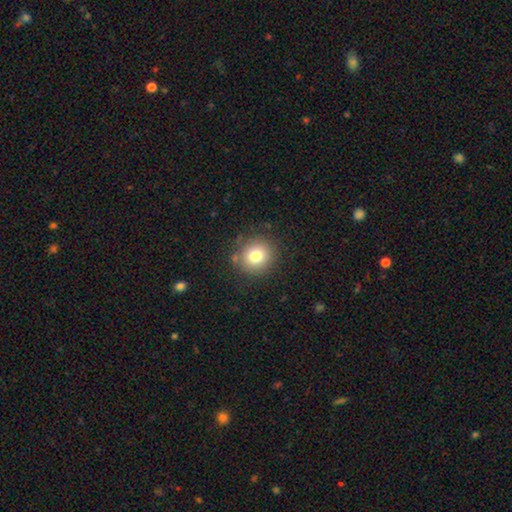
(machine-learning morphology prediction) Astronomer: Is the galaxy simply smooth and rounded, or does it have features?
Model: smooth — 77%.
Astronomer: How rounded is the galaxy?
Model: round — 87%.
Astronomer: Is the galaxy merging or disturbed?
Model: none — 85%.